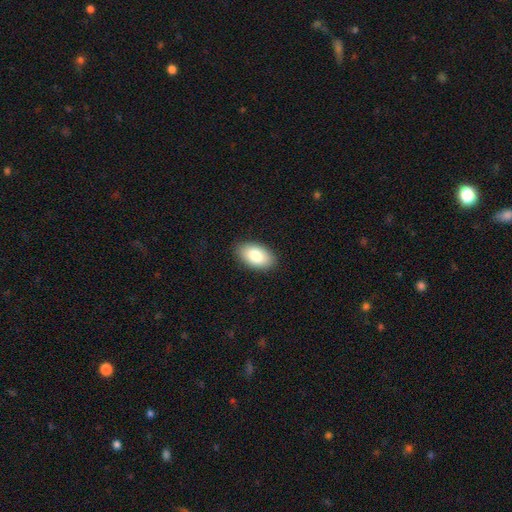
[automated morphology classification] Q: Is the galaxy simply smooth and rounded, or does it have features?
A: smooth — 83%.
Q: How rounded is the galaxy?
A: in between — 94%.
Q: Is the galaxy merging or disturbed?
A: none — 88%.